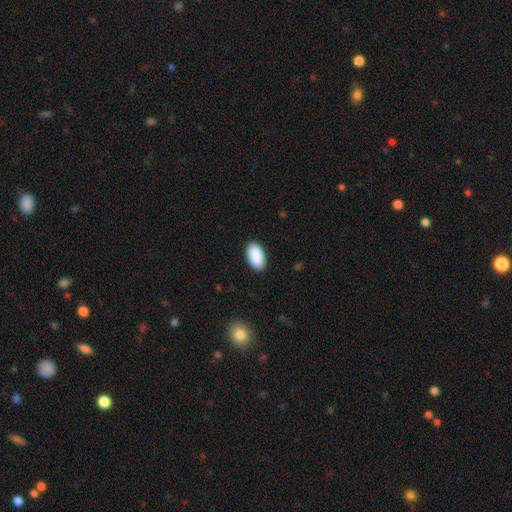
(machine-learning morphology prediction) This is clearly a smooth galaxy (91%). How rounded: clearly in between (95%). Merging: clearly none (89%).